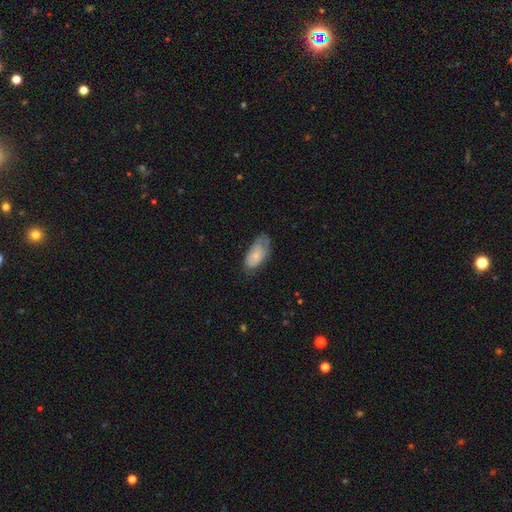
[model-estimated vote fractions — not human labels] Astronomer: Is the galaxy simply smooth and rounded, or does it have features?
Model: smooth — 68%.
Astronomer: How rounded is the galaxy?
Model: in between — 93%.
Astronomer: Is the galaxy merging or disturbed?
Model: none — 45% (runner-up: minor disturbance, 37%).